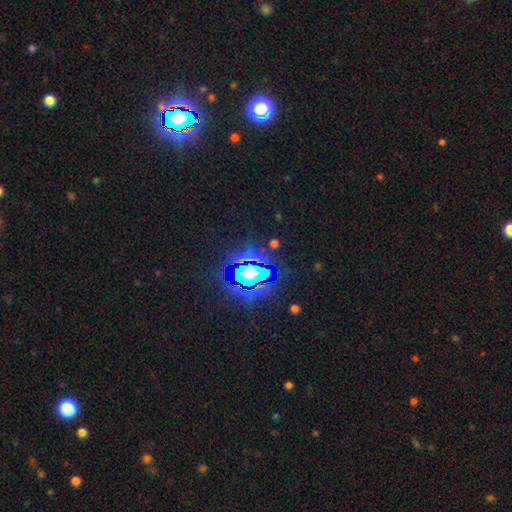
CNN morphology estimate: This is clearly a star or artifact rather than a galaxy (82%).